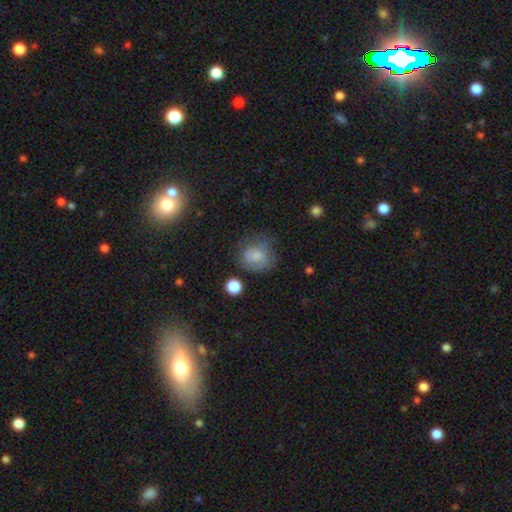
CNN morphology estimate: smooth-or-featured: smooth: 66% | featured or disk: 24% | star or artifact: 10%
  how-rounded: round: 73% | in between: 26% | cigar-shaped: 1%
  merging: none: 53% | minor disturbance: 27% | major disturbance: 17% | merger: 3%